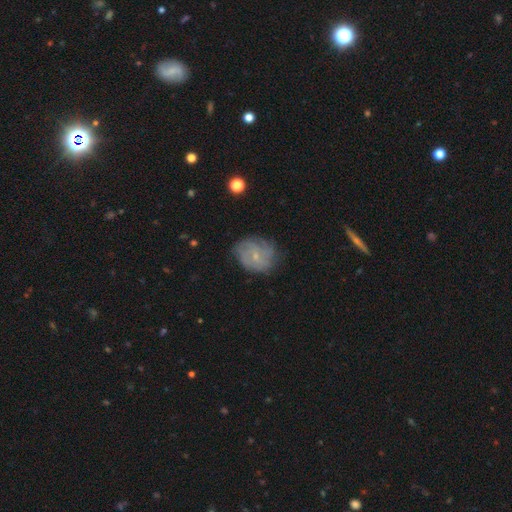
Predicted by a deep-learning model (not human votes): Overall: featured or disk (65%; smooth 26%). Edge-on disk: no (97%). Bar: no (74%). Spiral arms: yes (86%). Spiral arm count: can't tell (45%; 3 16%). Spiral winding: tight (56%; medium 32%). Bulge size: small (79%). Merging: none (72%).